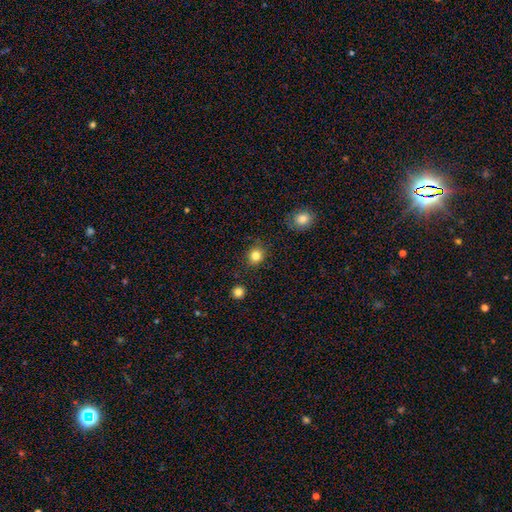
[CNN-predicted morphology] smooth_or_featured: smooth (p=0.83) [alt: star or artifact p=0.12]
how_rounded: round (p=0.85) [alt: in between p=0.15]
merging: none (p=0.87) [alt: minor disturbance p=0.08]